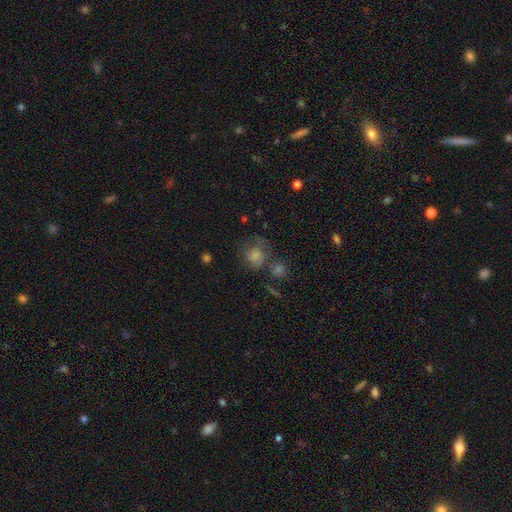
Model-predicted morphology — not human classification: Overall: smooth (67%). How rounded: round (74%). Merging: none (42%; minor disturbance 22%).